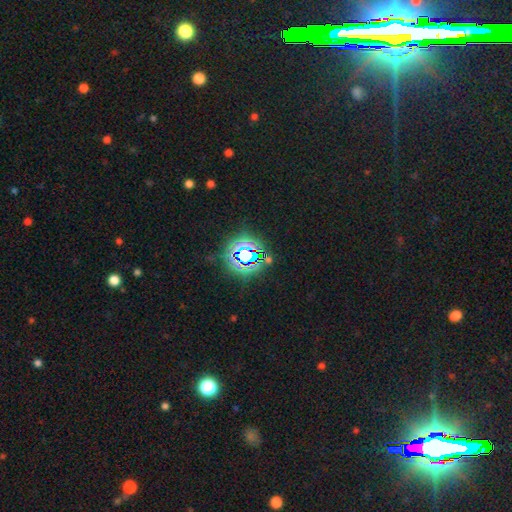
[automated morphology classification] Smooth or featured: star or artifact — 78% (smooth — 13%)